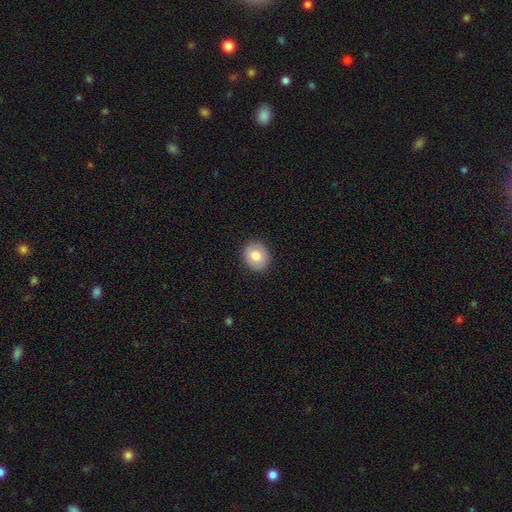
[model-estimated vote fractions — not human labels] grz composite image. It shows a smooth galaxy with no disk features (80%) that is round (75%). Merging: none (90%).